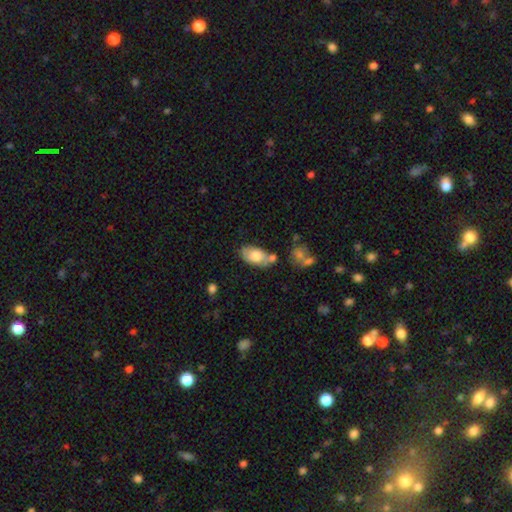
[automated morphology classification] smooth 71%, featured or disk 23%, star or artifact 6%. Down the decision tree: how rounded — in between (93%); merging — none (53%).